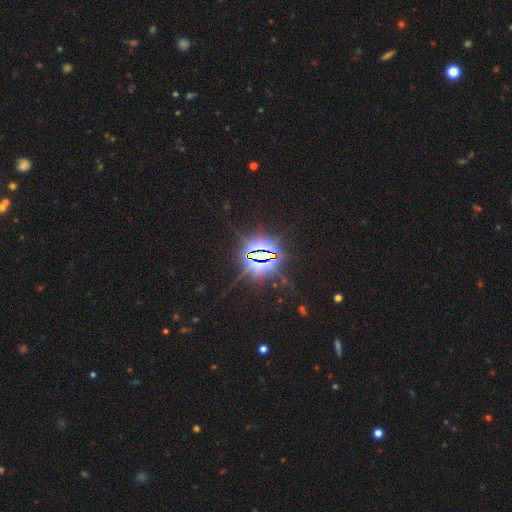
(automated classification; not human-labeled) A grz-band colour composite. It shows a star or artifact, not a galaxy (86%).